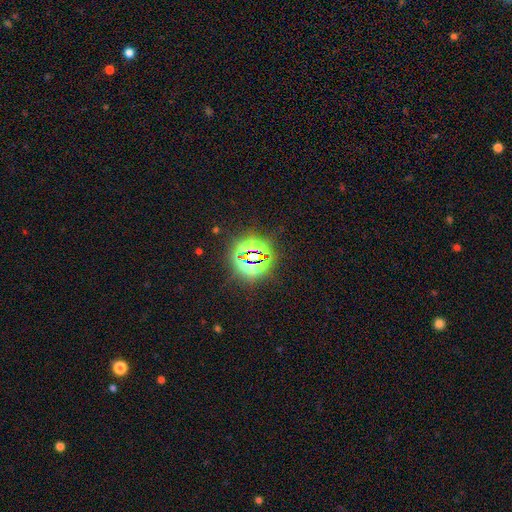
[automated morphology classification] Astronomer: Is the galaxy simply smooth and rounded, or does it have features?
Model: star or artifact — 78%.